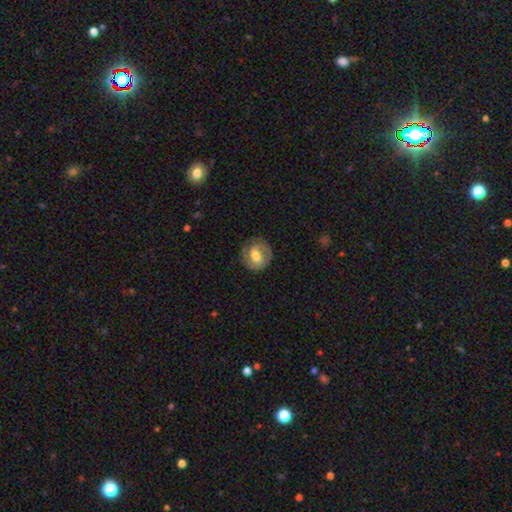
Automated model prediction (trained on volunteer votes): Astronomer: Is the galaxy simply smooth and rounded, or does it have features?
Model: featured or disk — 54% (runner-up: smooth, 39%).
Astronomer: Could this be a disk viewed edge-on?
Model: no — 96%.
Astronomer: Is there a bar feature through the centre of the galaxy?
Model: weak — 48% (runner-up: no, 29%).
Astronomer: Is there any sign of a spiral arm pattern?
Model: yes — 74%.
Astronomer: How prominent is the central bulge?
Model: moderate — 68%.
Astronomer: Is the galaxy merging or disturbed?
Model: none — 77%.